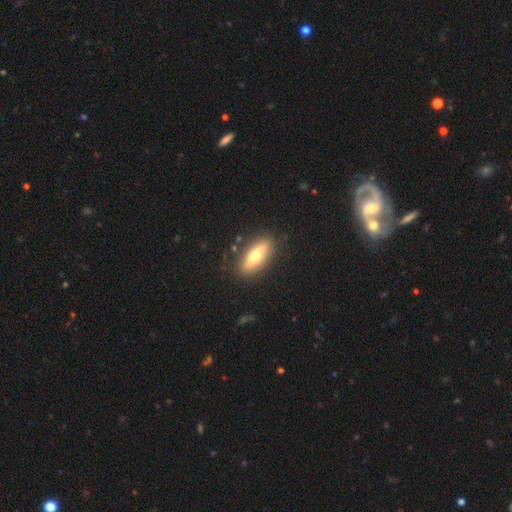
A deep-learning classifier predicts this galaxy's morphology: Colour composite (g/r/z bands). It shows a smooth galaxy with no disk features (54%) that is in between round and cigar-shaped (59%). Merging: none (86%).